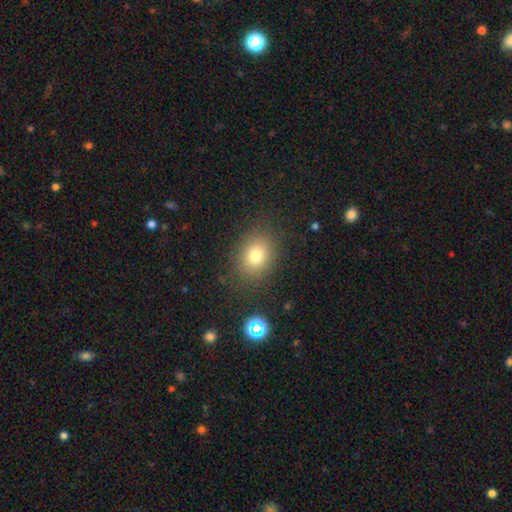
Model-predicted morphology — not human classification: A smooth galaxy with no disk features (77%) that is round (51%). Merging: none (84%).